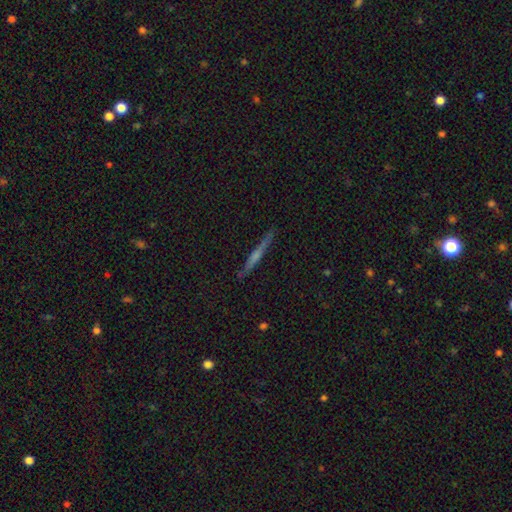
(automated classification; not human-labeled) A featured or disk galaxy (64%) viewed edge-on (97%) with a rounded central bulge (49%). Merging: none (89%).